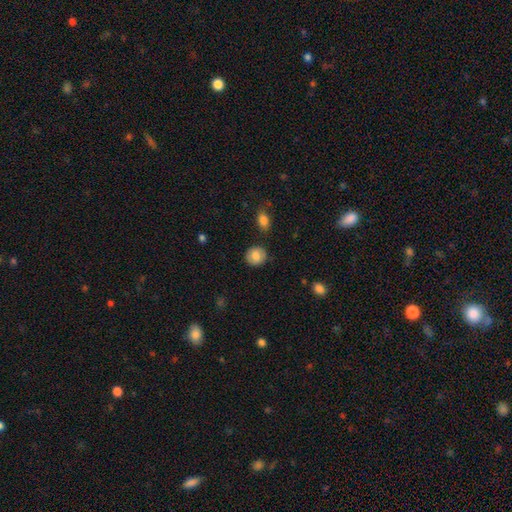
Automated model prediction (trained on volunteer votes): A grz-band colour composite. It shows a smooth galaxy with no disk features (81%) that is round (81%). Merging: none (86%).